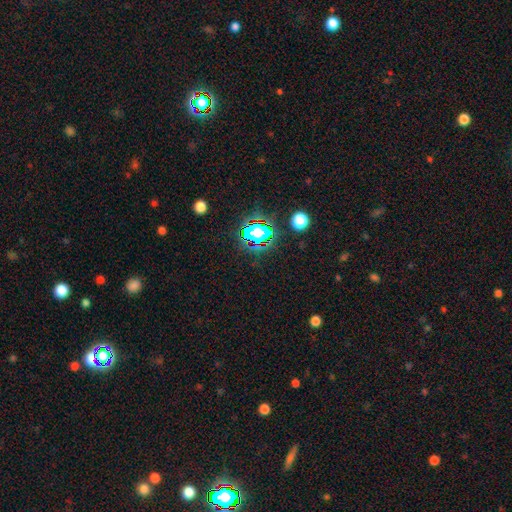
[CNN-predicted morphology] This appears to be a star or artifact, not a galaxy (79%).